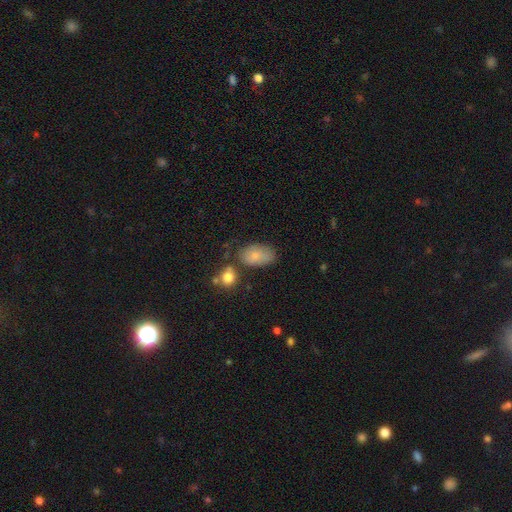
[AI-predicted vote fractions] This is likely a smooth galaxy (78%). How rounded: clearly in between (89%). Merging: possibly none (57%).